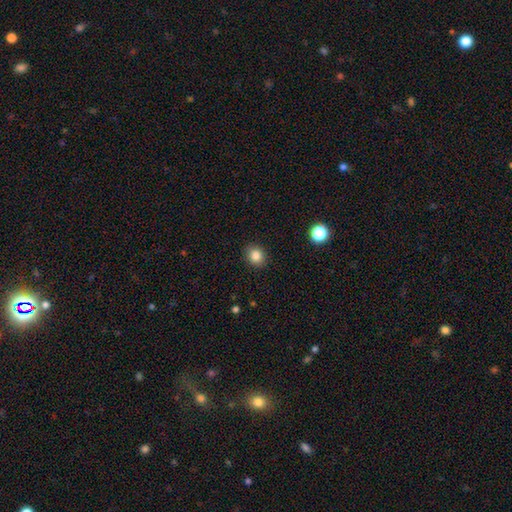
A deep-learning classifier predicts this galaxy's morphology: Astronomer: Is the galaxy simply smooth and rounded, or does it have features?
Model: smooth — 84%.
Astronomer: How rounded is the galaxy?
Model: round — 71%.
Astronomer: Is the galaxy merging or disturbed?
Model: none — 90%.